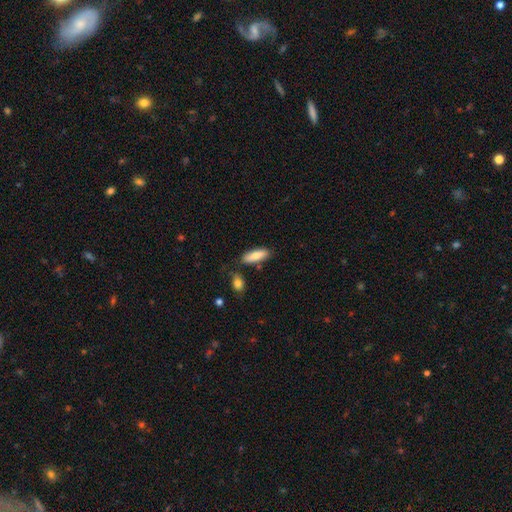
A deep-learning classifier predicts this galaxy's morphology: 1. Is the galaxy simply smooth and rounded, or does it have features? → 81% smooth, 14% featured or disk, 6% star or artifact.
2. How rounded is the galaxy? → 60% in between, 38% cigar-shaped, 2% round.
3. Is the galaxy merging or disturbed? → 79% none, 13% minor disturbance, 5% merger, 3% major disturbance.